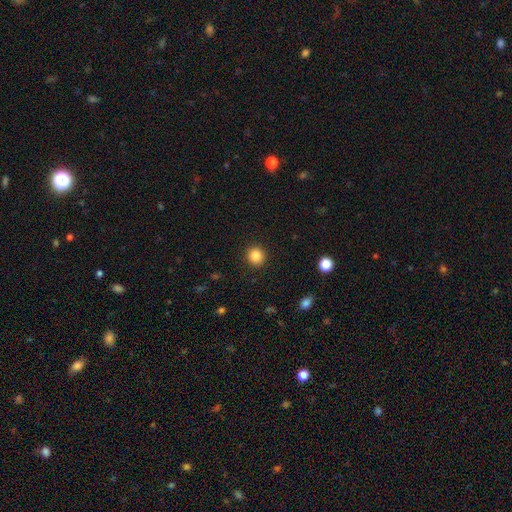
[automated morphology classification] smooth_or_featured: smooth (p=0.85) [alt: star or artifact p=0.10]
how_rounded: round (p=0.91) [alt: in between p=0.08]
merging: none (p=0.92) [alt: minor disturbance p=0.05]